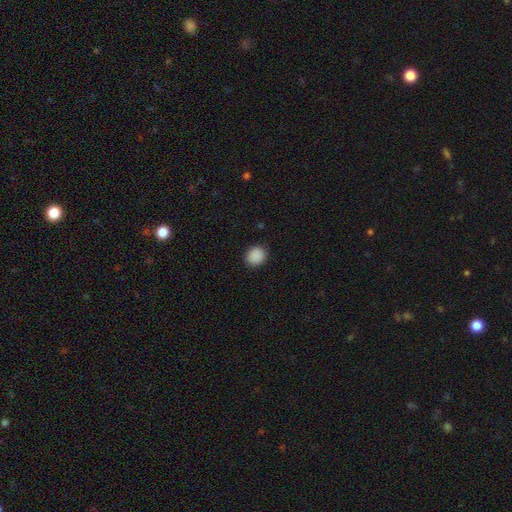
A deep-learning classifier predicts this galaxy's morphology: This is clearly a smooth galaxy (89%). How rounded: likely round (71%). Merging: clearly none (89%).